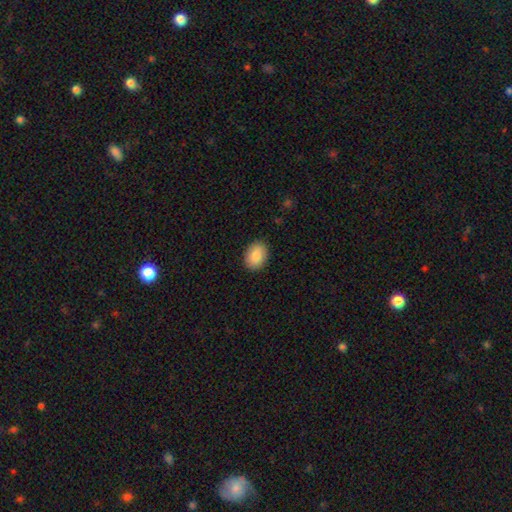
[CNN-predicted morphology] smooth-or-featured: smooth: 87% | star or artifact: 7% | featured or disk: 6%
  how-rounded: in between: 78% | round: 21% | cigar-shaped: 1%
  merging: none: 90% | minor disturbance: 8% | major disturbance: 2% | merger: 1%